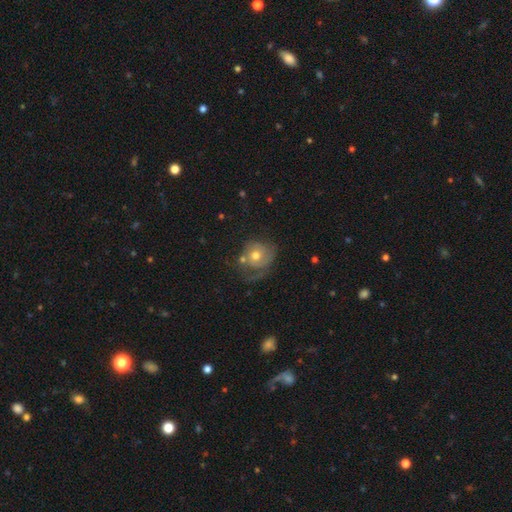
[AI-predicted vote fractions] Q: Smooth or featured?
A: featured or disk (53%); runner-up: smooth (39%)
Q: Edge-on disk?
A: no (97%); runner-up: yes (3%)
Q: Bar?
A: no (83%); runner-up: weak (14%)
Q: Spiral arms?
A: yes (67%); runner-up: no (33%)
Q: Bulge size?
A: moderate (74%); runner-up: small (15%)
Q: Merging?
A: none (39%); runner-up: major disturbance (27%)